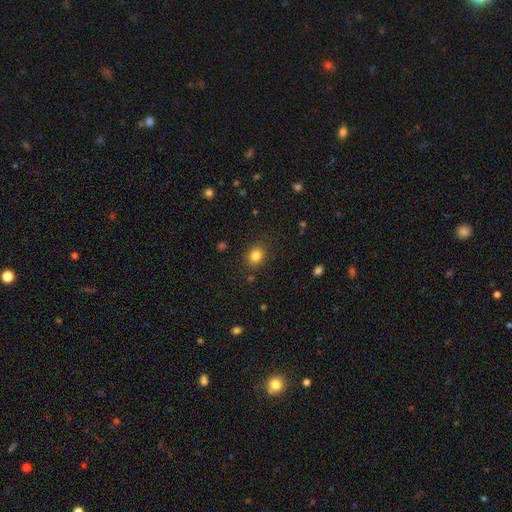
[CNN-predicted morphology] This appears to be a smooth galaxy with no disk features (83%) that is round (60%). Merging: none (86%).